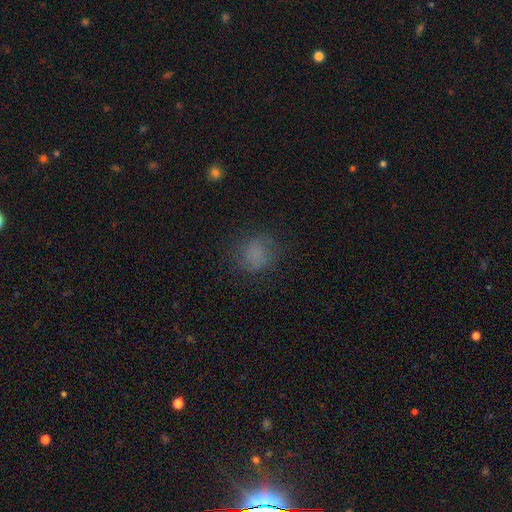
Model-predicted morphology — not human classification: A smooth galaxy with no disk features (72%) that is round (78%).

Vote fractions:
- Smooth or featured? smooth: 72% / star or artifact: 16% / featured or disk: 12%
- How rounded? round: 78% / in between: 21% / cigar-shaped: 1%
- Merging? none: 74% / minor disturbance: 16% / major disturbance: 9% / merger: 1%